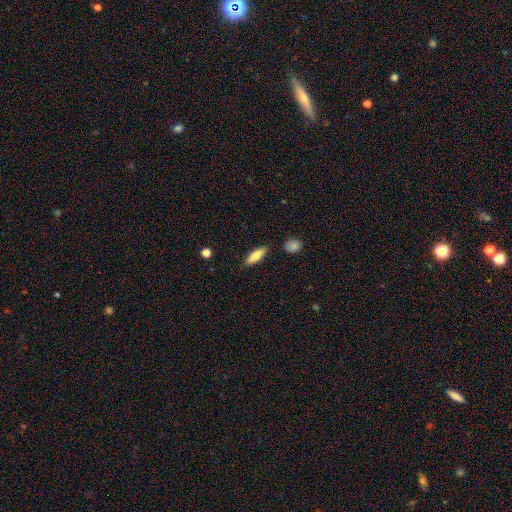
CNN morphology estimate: Smooth or featured? smooth (73%)
How rounded? in between (52%)
Merging? none (87%)